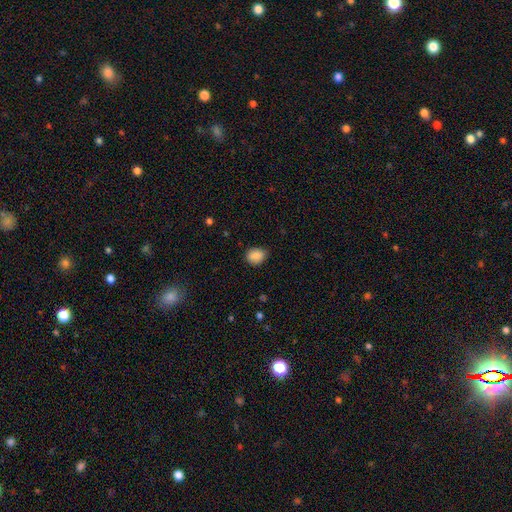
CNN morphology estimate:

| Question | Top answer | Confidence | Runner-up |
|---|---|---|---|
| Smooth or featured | smooth | 88% | star or artifact (8%) |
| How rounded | in between | 56% | round (43%) |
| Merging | none | 80% | minor disturbance (16%) |